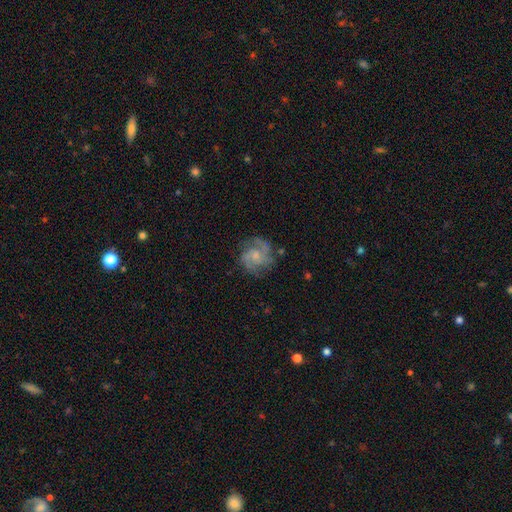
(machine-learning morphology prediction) A featured or disk galaxy (79%) with no bar (68%), 2 (39%) medium (48%) spiral arms (94%) and a small central bulge (52%). Merging: none (72%).